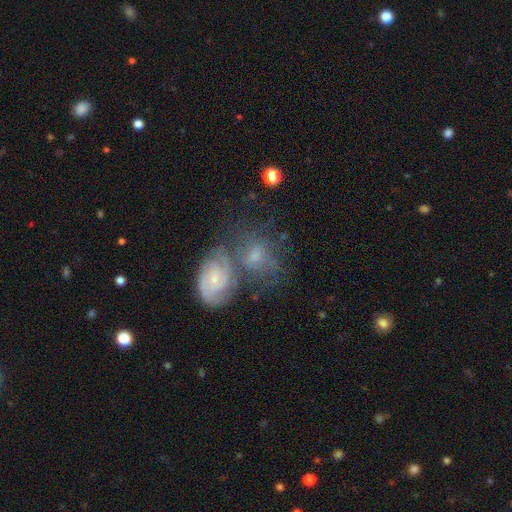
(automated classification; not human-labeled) This appears to be a featured or disk galaxy (68%) with no bar (57%), tight (57%) spiral arms (90%) and a small central bulge (70%). Merging: merger (42%).